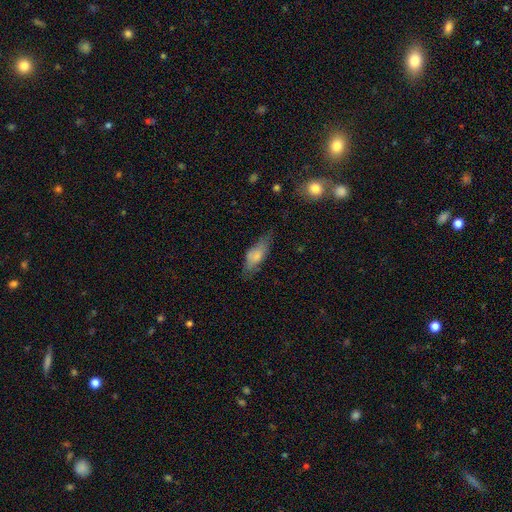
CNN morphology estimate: Smooth or featured?
  - smooth: 70% *
  - featured or disk: 23%
  - star or artifact: 7%
How rounded?
  - in between: 72% *
  - cigar-shaped: 26%
  - round: 2%
Merging?
  - none: 55% *
  - minor disturbance: 32%
  - major disturbance: 11%
  - merger: 3%